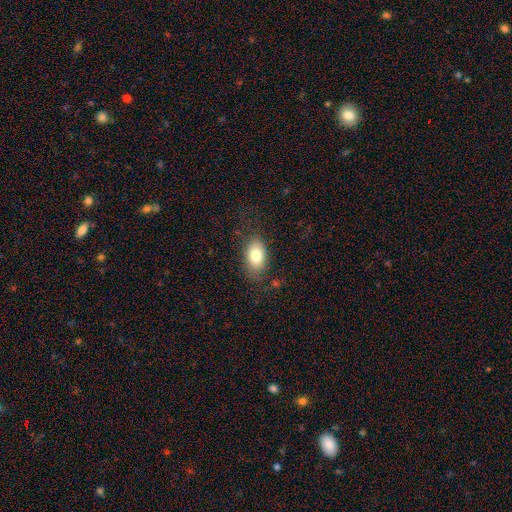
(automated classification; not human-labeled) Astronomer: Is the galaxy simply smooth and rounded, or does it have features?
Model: smooth — 80%.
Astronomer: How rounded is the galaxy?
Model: in between — 91%.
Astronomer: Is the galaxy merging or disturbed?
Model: none — 76%.